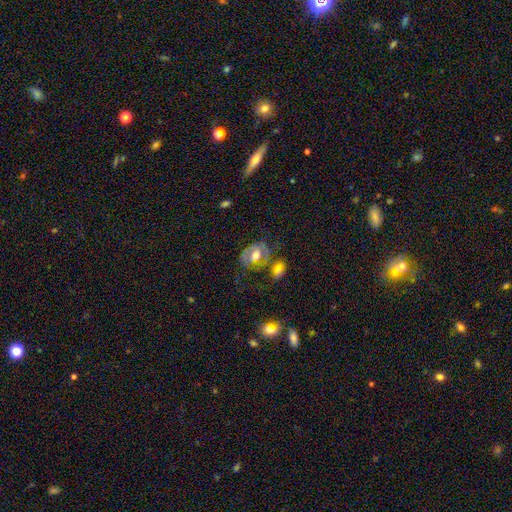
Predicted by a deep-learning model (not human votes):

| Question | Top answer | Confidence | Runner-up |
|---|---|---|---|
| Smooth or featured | featured or disk | 50% | smooth (42%) |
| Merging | none | 49% | minor disturbance (20%) |